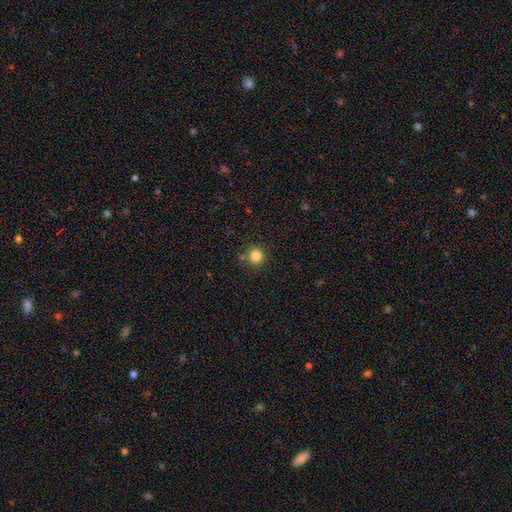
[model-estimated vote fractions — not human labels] Overall: smooth (83%). How rounded: round (94%). Merging: none (83%).